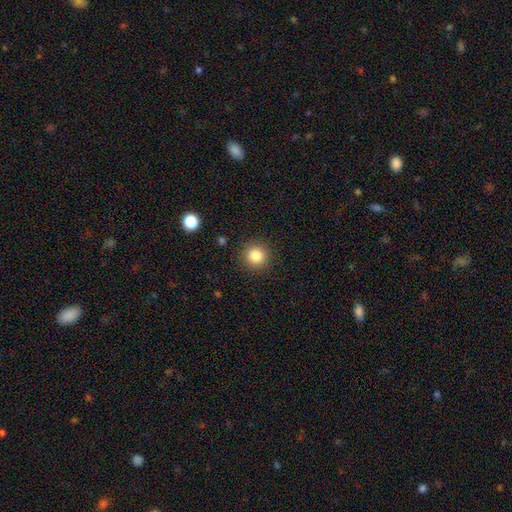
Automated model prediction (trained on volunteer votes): smooth 84%, star or artifact 11%, featured or disk 5%. Down the decision tree: how rounded — round (94%); merging — none (89%).